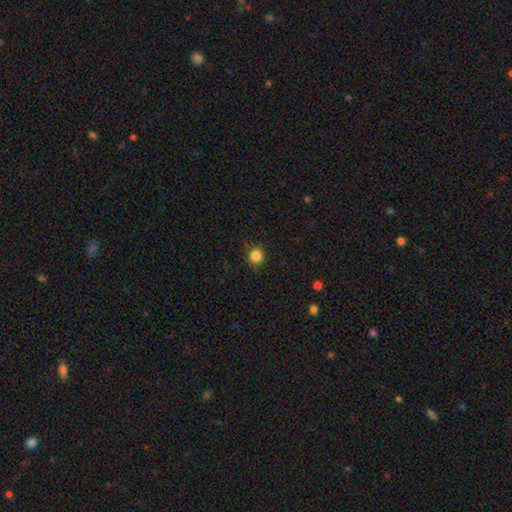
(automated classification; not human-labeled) This is clearly a smooth galaxy (85%). How rounded: clearly round (88%). Merging: clearly none (85%).